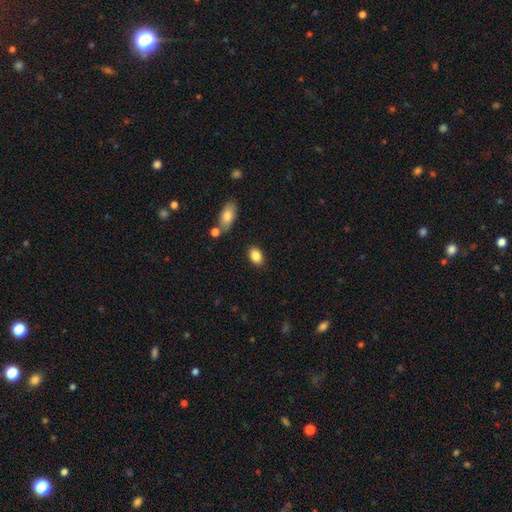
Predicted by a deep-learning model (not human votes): Smooth or featured: smooth — 88% (star or artifact — 8%)
How rounded: in between — 85% (round — 13%)
Merging: none — 84% (minor disturbance — 10%)